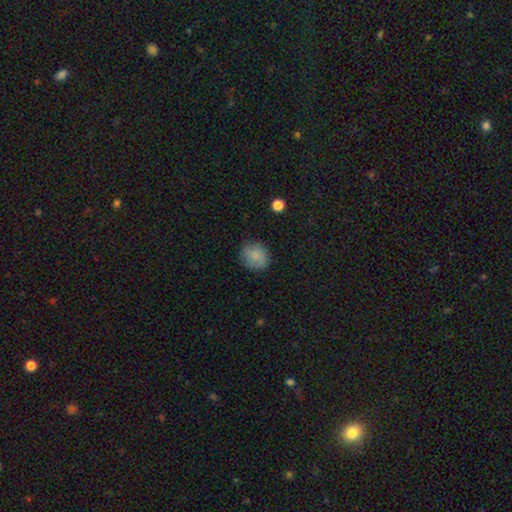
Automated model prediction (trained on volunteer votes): The model was most divided on "how rounded": round: 78%, in between: 21%, cigar-shaped: 1%. More confident: smooth or featured — smooth (84%); merging — none (82%).